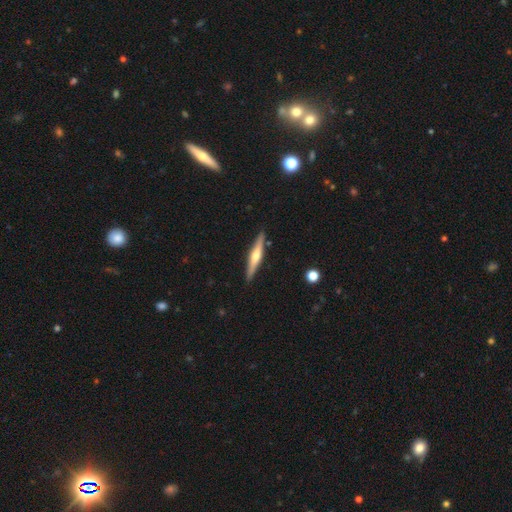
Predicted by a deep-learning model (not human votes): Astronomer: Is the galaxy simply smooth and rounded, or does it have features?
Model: featured or disk — 67%.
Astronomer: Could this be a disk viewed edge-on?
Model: yes — 97%.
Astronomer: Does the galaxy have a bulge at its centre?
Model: rounded — 90%.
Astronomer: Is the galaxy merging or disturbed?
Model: none — 90%.